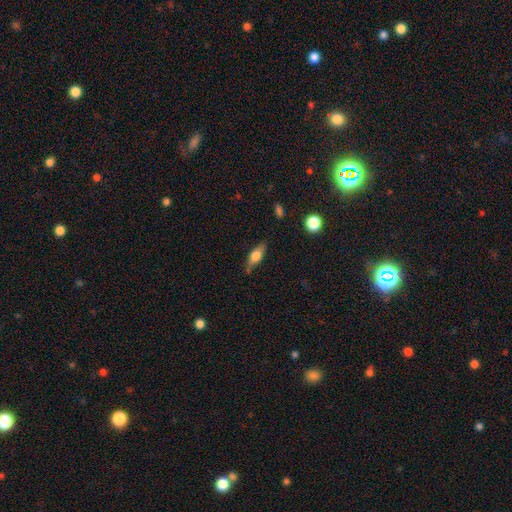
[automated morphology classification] This appears to be a smooth galaxy with no disk features (55%) that is in between round and cigar-shaped (60%). Merging: none (73%).